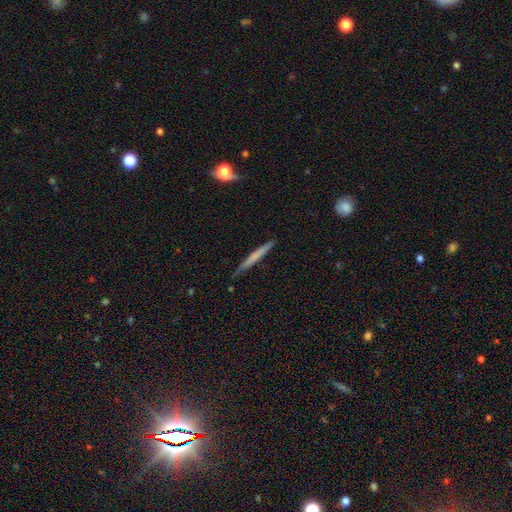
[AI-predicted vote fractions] Morphology: type=smooth (54%); roundness=cigar-shaped (96%); merging=none (85%).